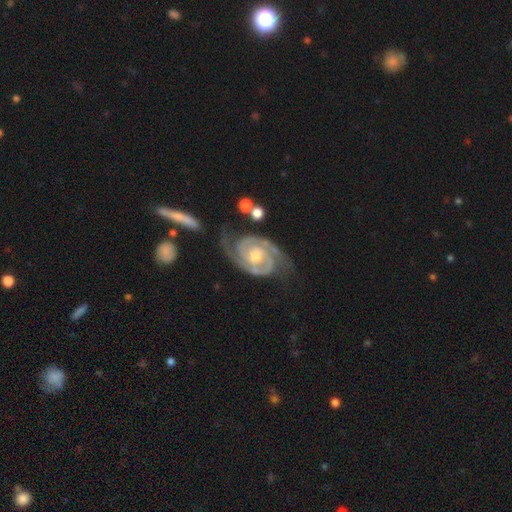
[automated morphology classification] Overall: featured or disk (93%). Edge-on disk: no (98%). Bar: no (59%; weak 30%). Spiral arms: yes (99%). Spiral arm count: 2 (92%). Spiral winding: tight (63%; medium 32%). Bulge size: moderate (56%; small 33%). Merging: none (71%).